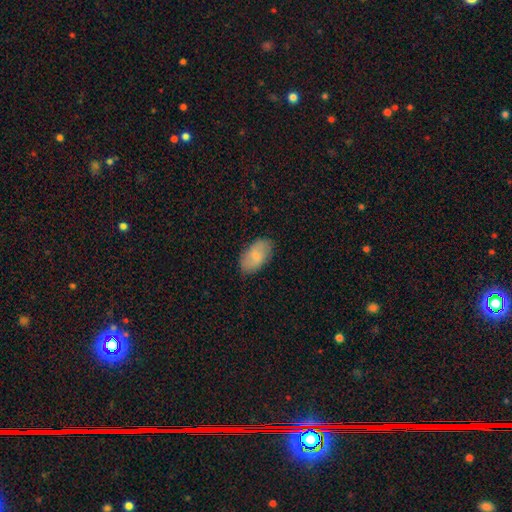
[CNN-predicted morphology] A smooth galaxy with no disk features (77%) that is in between round and cigar-shaped (95%). Merging: none (84%).